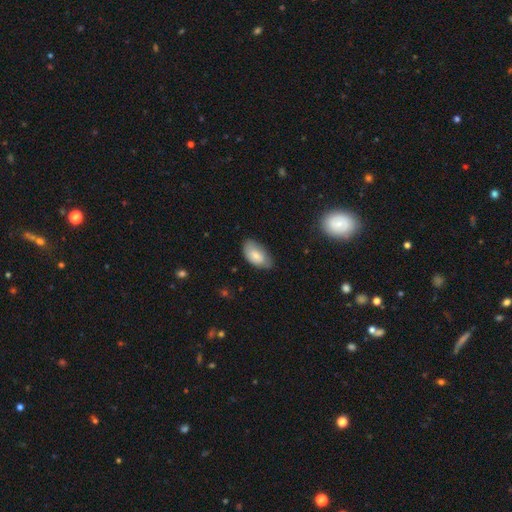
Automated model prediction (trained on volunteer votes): Smooth or featured? smooth (79%)
How rounded? in between (94%)
Merging? none (67%)